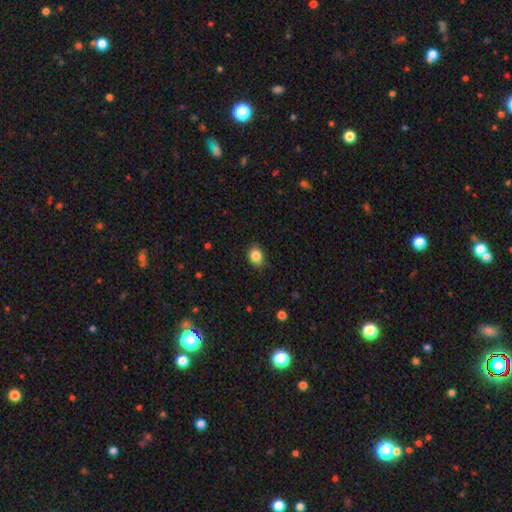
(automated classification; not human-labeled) This appears to be a smooth galaxy with no disk features (85%) that is round (58%). Merging: none (78%).